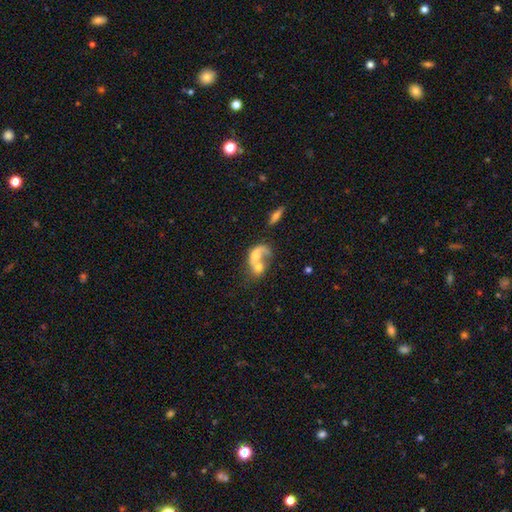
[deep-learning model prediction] Overall: smooth (48%; featured or disk 43%). Merging: merger (73%).